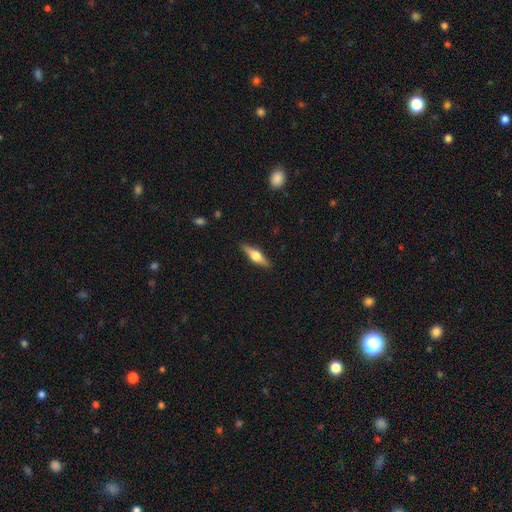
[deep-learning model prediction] Q: Smooth or featured?
A: featured or disk (59%); runner-up: smooth (35%)
Q: Edge-on disk?
A: yes (96%); runner-up: no (4%)
Q: Edge-on bulge?
A: rounded (94%); runner-up: boxy (5%)
Q: Merging?
A: none (89%); runner-up: minor disturbance (8%)